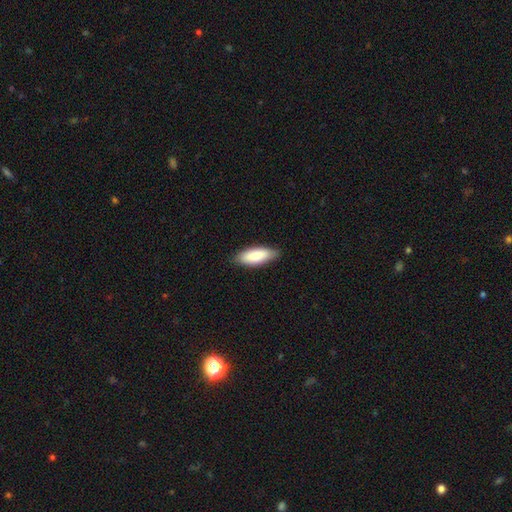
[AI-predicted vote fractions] Morphology: type=smooth (87%); roundness=in between (73%); merging=none (83%).